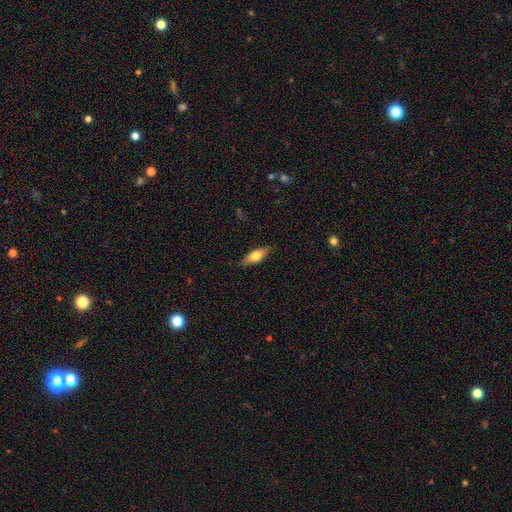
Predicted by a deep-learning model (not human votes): Smooth or featured: smooth — 67% (featured or disk — 27%)
How rounded: in between — 68% (cigar-shaped — 30%)
Merging: none — 84% (minor disturbance — 12%)